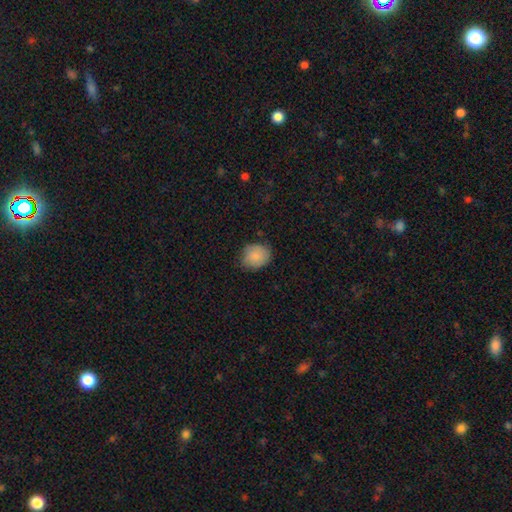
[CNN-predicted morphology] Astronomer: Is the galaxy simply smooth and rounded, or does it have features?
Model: smooth — 85%.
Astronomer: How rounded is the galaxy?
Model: round — 64%.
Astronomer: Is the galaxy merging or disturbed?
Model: none — 77%.